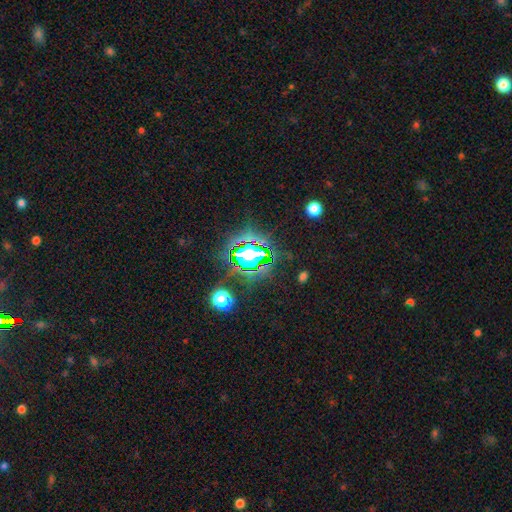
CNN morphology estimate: Smooth or featured: star or artifact — 73% (smooth — 16%)